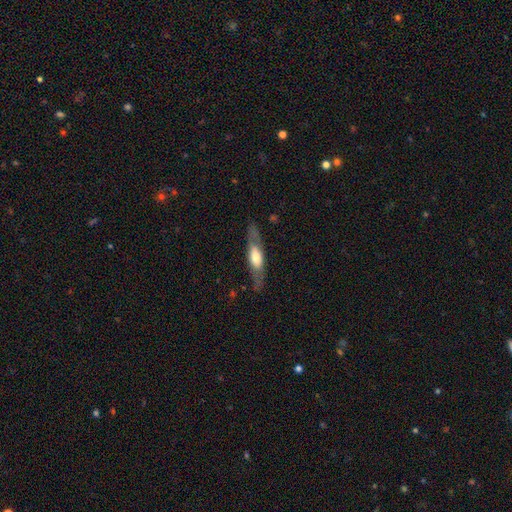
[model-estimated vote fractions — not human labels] Morphology: type=featured or disk (53%); edge-on=yes (60%); merging=none (77%).